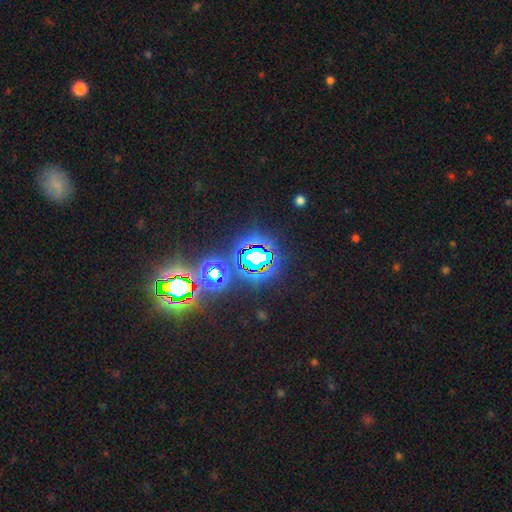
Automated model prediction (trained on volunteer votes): smooth-or-featured: star or artifact: 73% | smooth: 17% | featured or disk: 11%